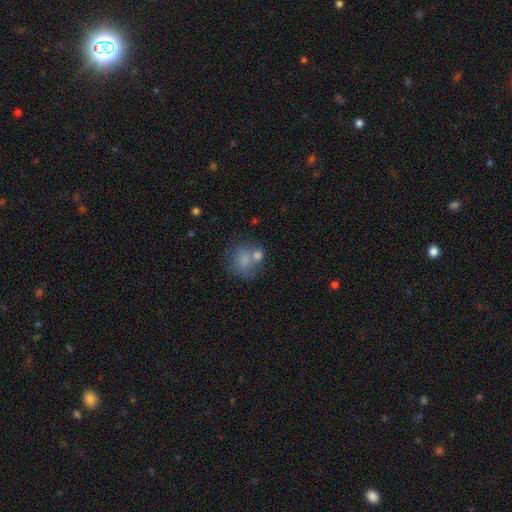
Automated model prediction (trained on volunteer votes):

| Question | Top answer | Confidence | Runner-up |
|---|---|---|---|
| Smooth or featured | smooth | 61% | featured or disk (21%) |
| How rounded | round | 79% | in between (20%) |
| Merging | none | 56% | merger (24%) |